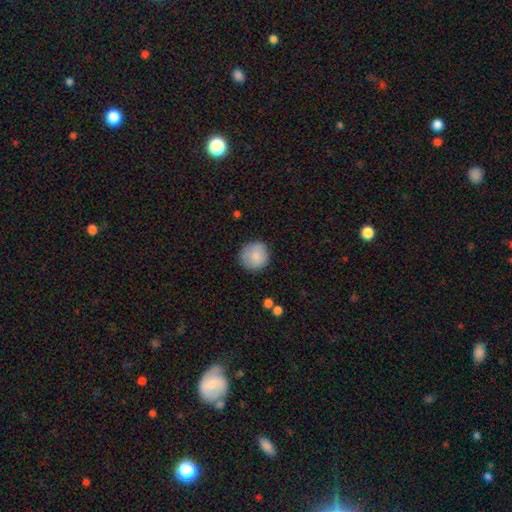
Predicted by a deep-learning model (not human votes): smooth-or-featured: smooth: 85% | featured or disk: 8% | star or artifact: 7%
  how-rounded: round: 93% | in between: 6% | cigar-shaped: 1%
  merging: none: 83% | minor disturbance: 12% | major disturbance: 3% | merger: 2%